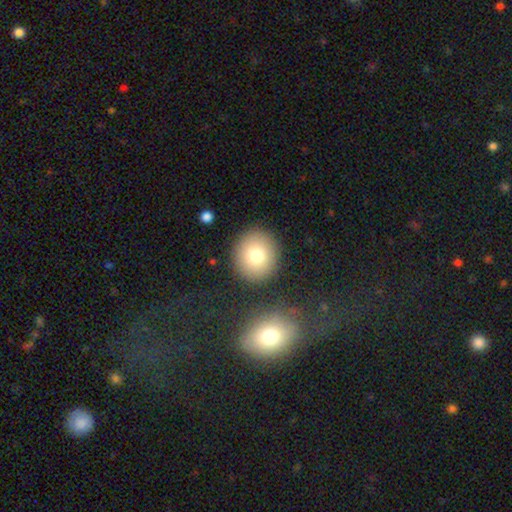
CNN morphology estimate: Q: Smooth or featured?
A: smooth (77%); runner-up: featured or disk (12%)
Q: How rounded?
A: round (87%); runner-up: in between (12%)
Q: Merging?
A: none (87%); runner-up: minor disturbance (7%)